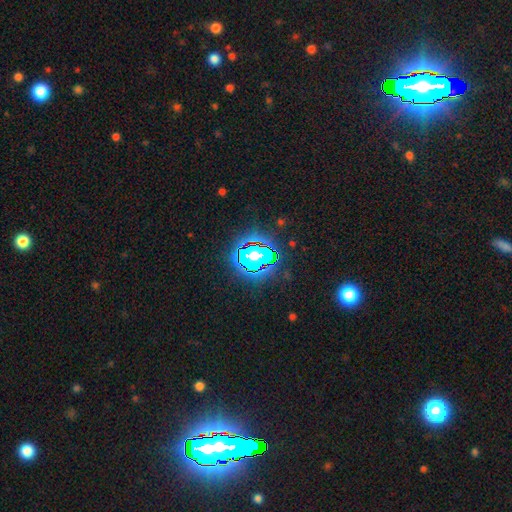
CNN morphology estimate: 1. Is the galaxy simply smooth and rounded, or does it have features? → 58% star or artifact, 27% smooth, 16% featured or disk.